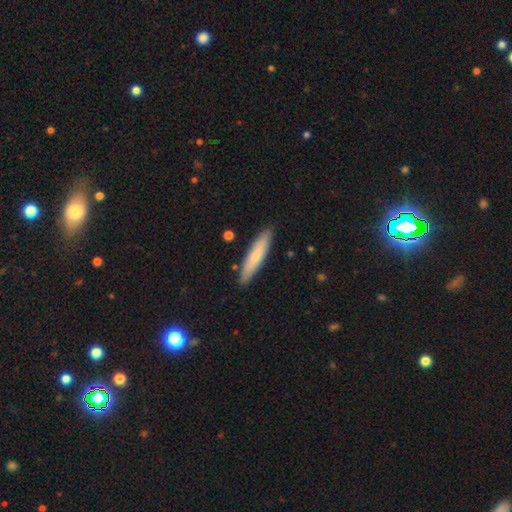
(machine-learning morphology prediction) type=smooth (70%); roundness=cigar-shaped (85%); merging=none (88%).